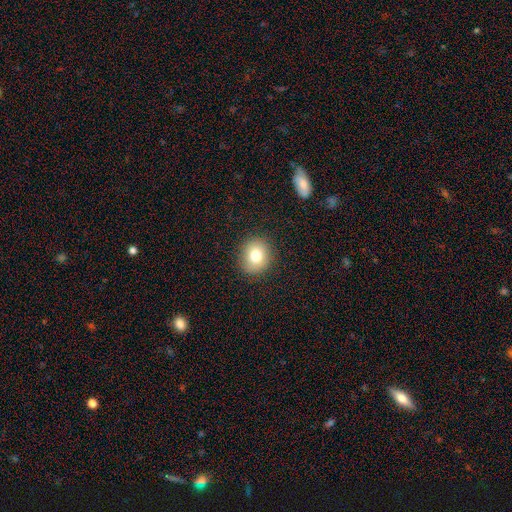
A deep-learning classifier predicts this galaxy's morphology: Smooth or featured?
  - smooth: 80% *
  - star or artifact: 10%
  - featured or disk: 10%
How rounded?
  - round: 72% *
  - in between: 27%
  - cigar-shaped: 1%
Merging?
  - none: 88% *
  - minor disturbance: 8%
  - major disturbance: 3%
  - merger: 1%